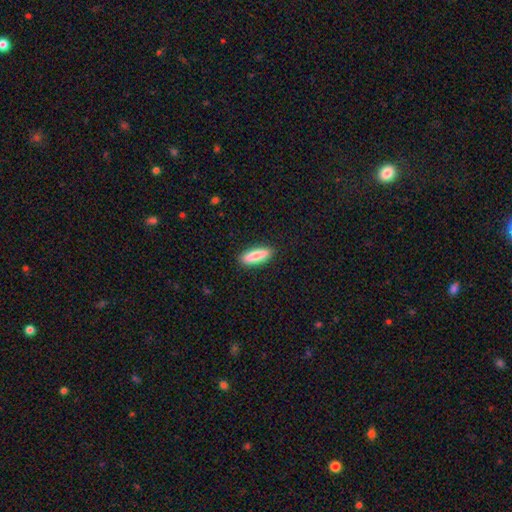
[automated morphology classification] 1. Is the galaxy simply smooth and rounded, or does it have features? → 83% smooth, 11% featured or disk, 6% star or artifact.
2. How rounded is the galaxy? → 54% cigar-shaped, 44% in between, 2% round.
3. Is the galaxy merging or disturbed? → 90% none, 7% minor disturbance, 2% major disturbance, 1% merger.